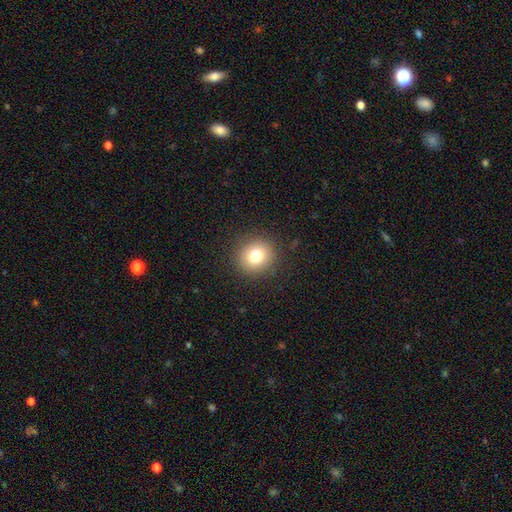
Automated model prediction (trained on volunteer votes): Smooth or featured: smooth — 78% (star or artifact — 13%)
How rounded: round — 90% (in between — 9%)
Merging: none — 90% (minor disturbance — 6%)